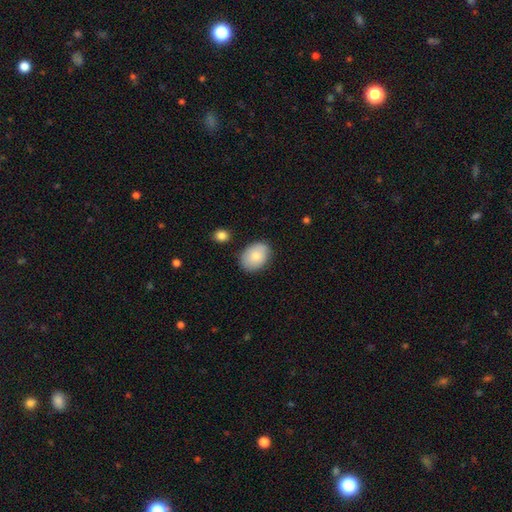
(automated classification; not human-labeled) The model was most divided on "how rounded": in between: 76%, round: 23%, cigar-shaped: 1%. More confident: smooth or featured — smooth (82%); merging — none (81%).